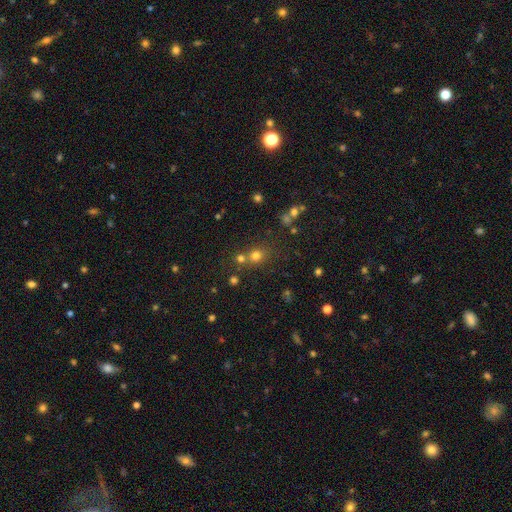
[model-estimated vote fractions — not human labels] Smooth or featured? Predicted: smooth (p=0.70). How rounded? Predicted: round (p=0.80). Merging? Predicted: none (p=0.60).